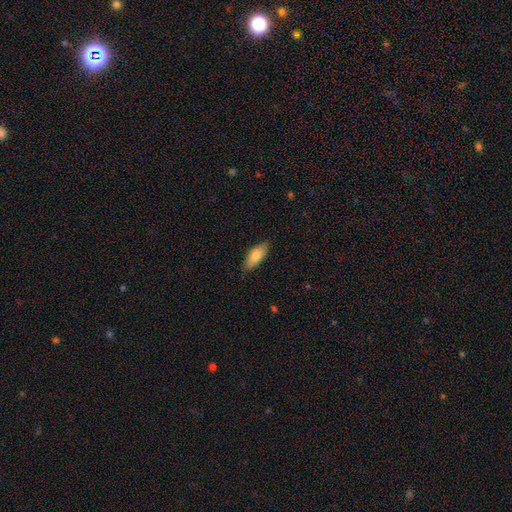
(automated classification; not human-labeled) Smooth or featured: smooth — 79% (featured or disk — 15%)
How rounded: in between — 78% (cigar-shaped — 20%)
Merging: none — 84% (minor disturbance — 13%)